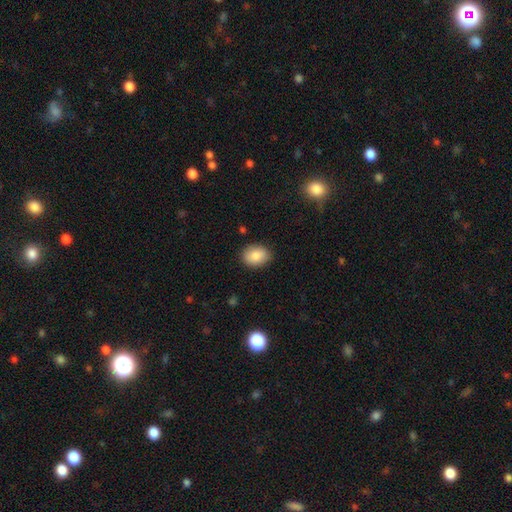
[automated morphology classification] This is clearly a smooth galaxy (85%). How rounded: likely in between (62%). Merging: clearly none (86%).